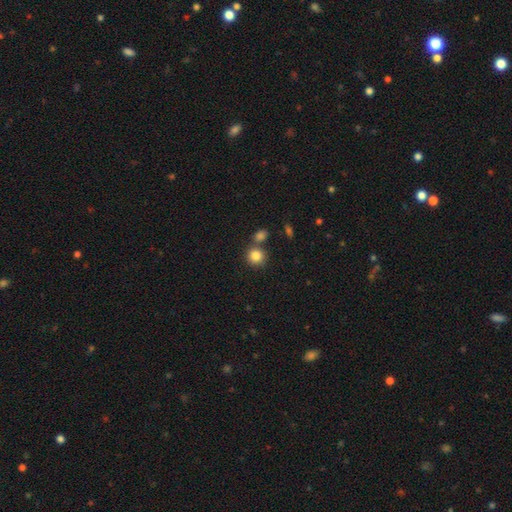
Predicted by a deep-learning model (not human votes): Q: Smooth or featured?
A: smooth (85%); runner-up: star or artifact (10%)
Q: How rounded?
A: round (88%); runner-up: in between (11%)
Q: Merging?
A: none (68%); runner-up: merger (20%)